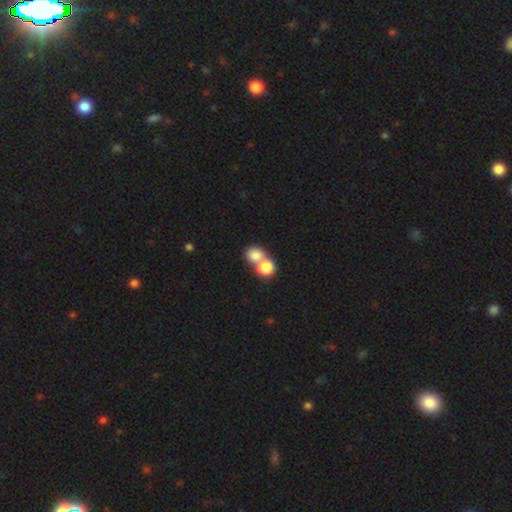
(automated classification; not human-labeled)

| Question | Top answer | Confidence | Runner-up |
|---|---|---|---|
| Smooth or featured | smooth | 79% | star or artifact (11%) |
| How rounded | round | 70% | in between (29%) |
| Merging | merger | 60% | none (31%) |